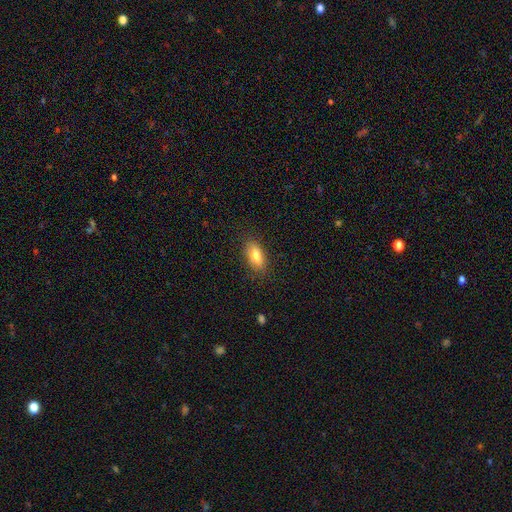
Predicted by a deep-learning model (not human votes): Smooth or featured?
  - smooth: 79% *
  - featured or disk: 13%
  - star or artifact: 8%
How rounded?
  - in between: 82% *
  - cigar-shaped: 14%
  - round: 4%
Merging?
  - none: 84% *
  - minor disturbance: 12%
  - major disturbance: 3%
  - merger: 1%